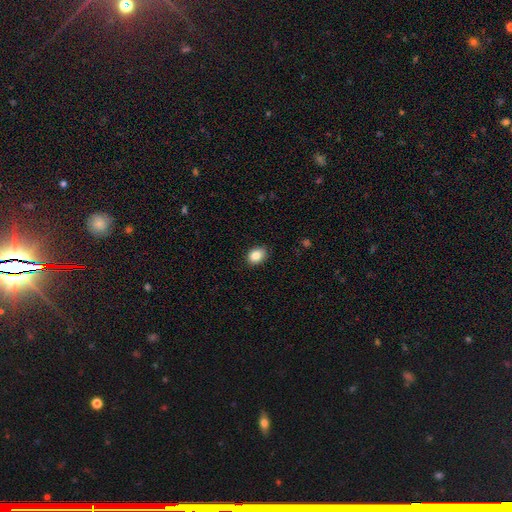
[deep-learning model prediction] A smooth galaxy with no disk features (86%) that is in between round and cigar-shaped (64%).

Vote fractions:
- Smooth or featured? smooth: 86% / star or artifact: 9% / featured or disk: 5%
- How rounded? in between: 64% / round: 35% / cigar-shaped: 1%
- Merging? none: 85% / minor disturbance: 12% / major disturbance: 2% / merger: 1%